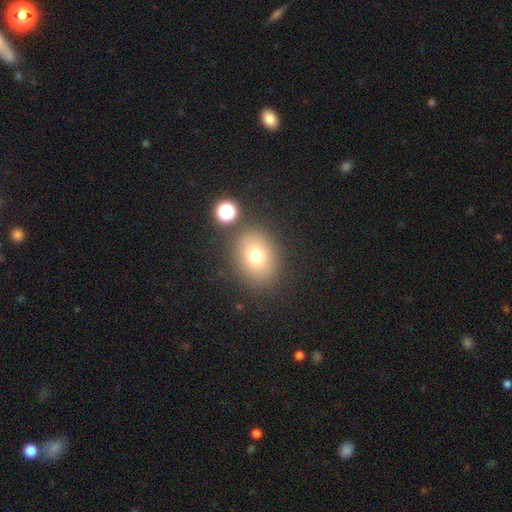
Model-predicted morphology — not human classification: This appears to be a smooth galaxy with no disk features (75%) that is round (50%). Merging: none (80%).